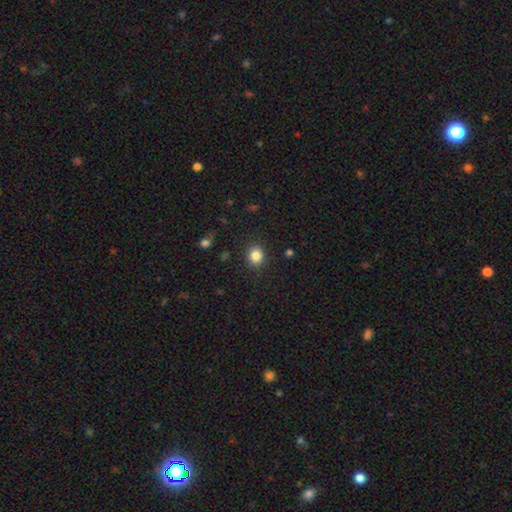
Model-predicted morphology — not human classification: Smooth or featured? Predicted: smooth (p=0.84). How rounded? Predicted: round (p=0.67). Merging? Predicted: none (p=0.88).